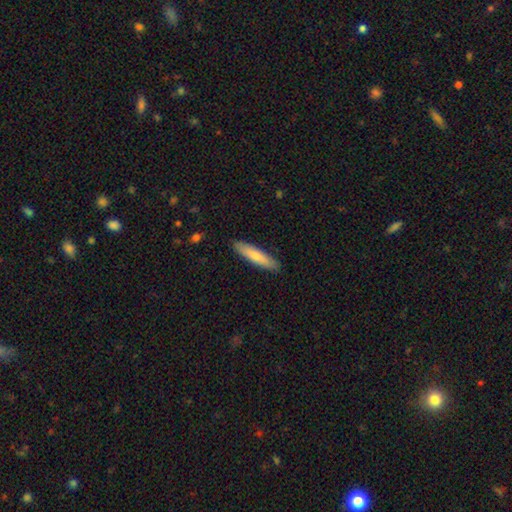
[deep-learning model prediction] Smooth or featured? smooth (77%)
How rounded? cigar-shaped (84%)
Merging? none (90%)